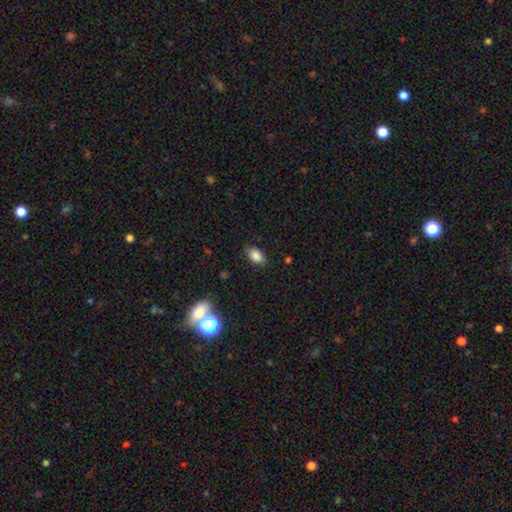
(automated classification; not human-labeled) Smooth or featured? Predicted: smooth (p=0.85). How rounded? Predicted: in between (p=0.90). Merging? Predicted: none (p=0.83).